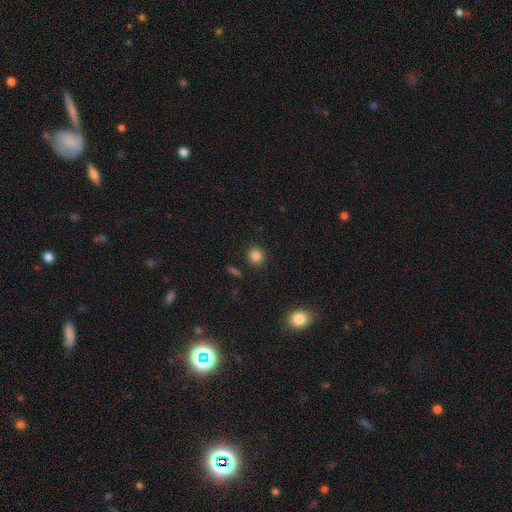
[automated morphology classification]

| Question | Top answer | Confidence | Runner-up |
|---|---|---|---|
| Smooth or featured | smooth | 85% | star or artifact (11%) |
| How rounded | round | 87% | in between (12%) |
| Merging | none | 89% | minor disturbance (7%) |